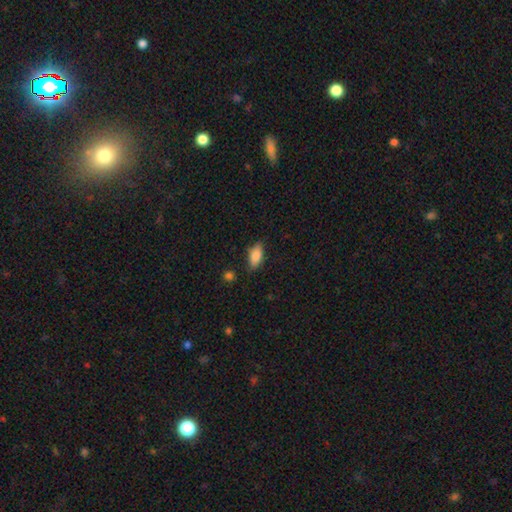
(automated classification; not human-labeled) A smooth galaxy with no disk features (79%) that is in between round and cigar-shaped (82%).

Vote fractions:
- Smooth or featured? smooth: 79% / featured or disk: 13% / star or artifact: 7%
- How rounded? in between: 82% / cigar-shaped: 15% / round: 3%
- Merging? none: 76% / minor disturbance: 18% / major disturbance: 4% / merger: 2%